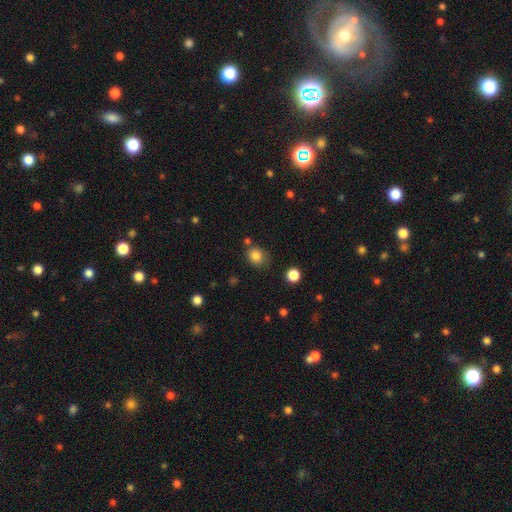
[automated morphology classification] Q: Smooth or featured?
A: smooth (83%); runner-up: star or artifact (11%)
Q: How rounded?
A: round (73%); runner-up: in between (26%)
Q: Merging?
A: none (75%); runner-up: minor disturbance (14%)